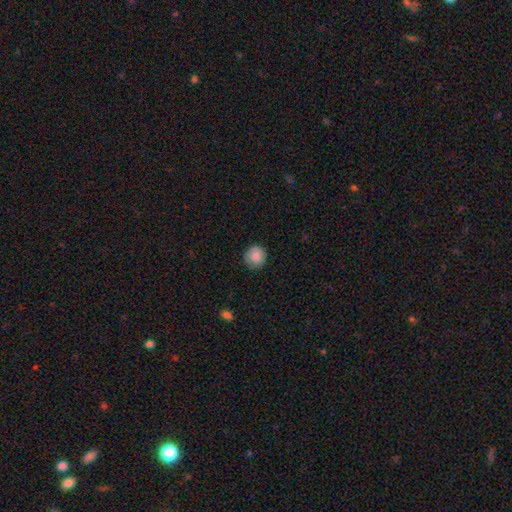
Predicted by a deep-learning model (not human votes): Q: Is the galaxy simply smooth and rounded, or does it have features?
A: smooth — 82%.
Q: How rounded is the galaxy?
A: round — 93%.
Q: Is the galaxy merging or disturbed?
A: none — 88%.